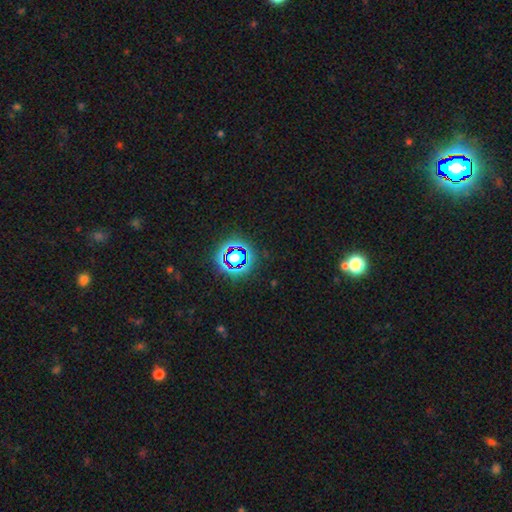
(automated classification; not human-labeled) smooth-or-featured: star or artifact: 78% | smooth: 14% | featured or disk: 8%